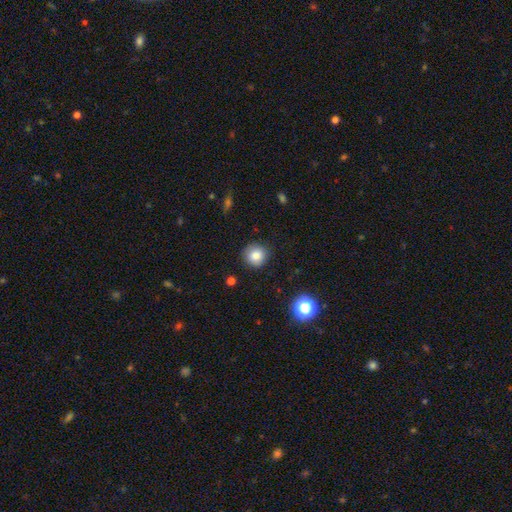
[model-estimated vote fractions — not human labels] The model was most divided on "smooth or featured": smooth: 82%, star or artifact: 11%, featured or disk: 7%. More confident: how rounded — round (93%); merging — none (90%).